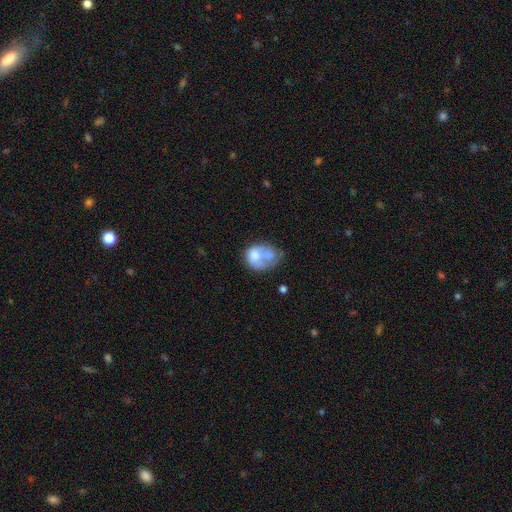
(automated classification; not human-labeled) smooth 54%, featured or disk 37%, star or artifact 9%. Down the decision tree: how rounded — in between (59%); merging — merger (28%).